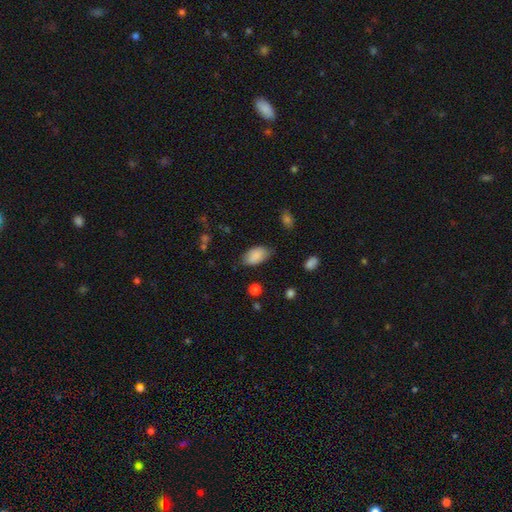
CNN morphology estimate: Smooth or featured? smooth (88%)
How rounded? in between (94%)
Merging? none (74%)